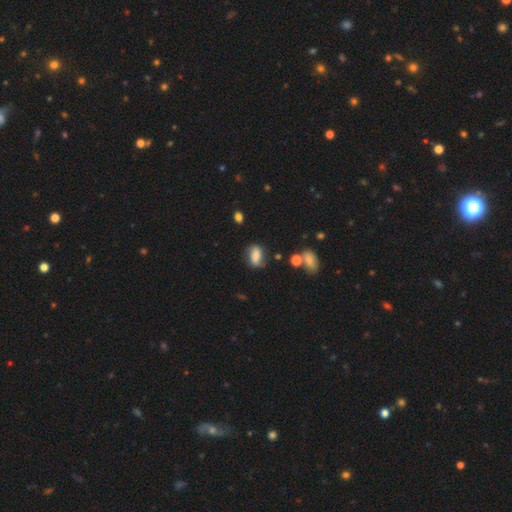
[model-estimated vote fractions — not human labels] A smooth galaxy with no disk features (64%) that is in between round and cigar-shaped (81%). Merging: none (66%).